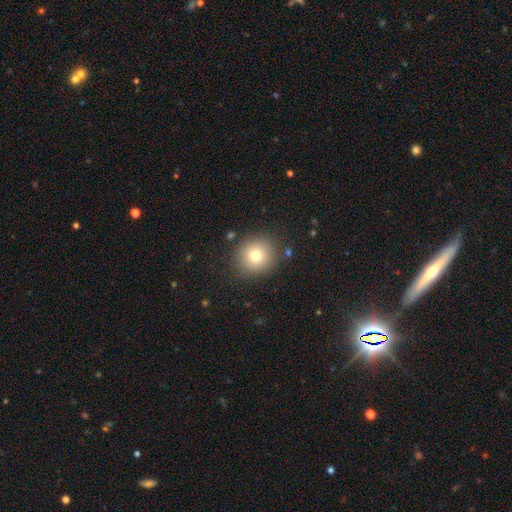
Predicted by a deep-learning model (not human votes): smooth 75%, star or artifact 13%, featured or disk 12%. Down the decision tree: how rounded — round (88%); merging — none (87%).